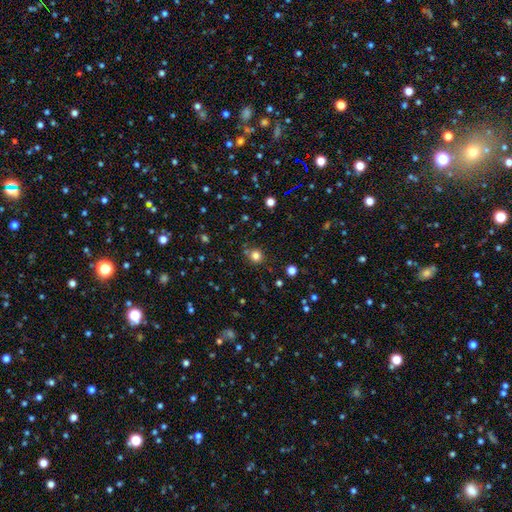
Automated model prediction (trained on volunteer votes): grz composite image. It shows a smooth galaxy with no disk features (80%) that is round (91%). Merging: none (81%).